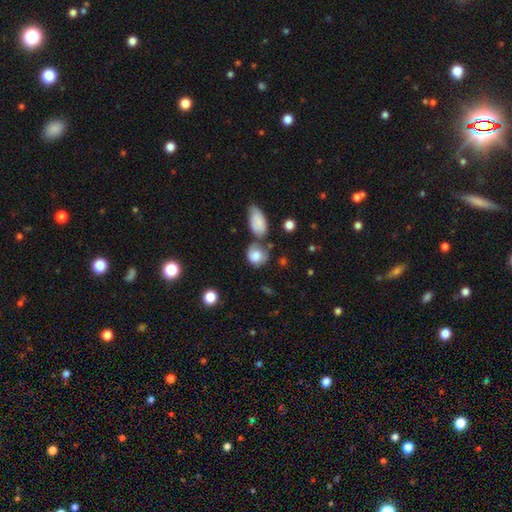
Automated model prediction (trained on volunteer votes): This is likely a smooth galaxy (75%). How rounded: likely round (63%). Merging: marginally none (45%).